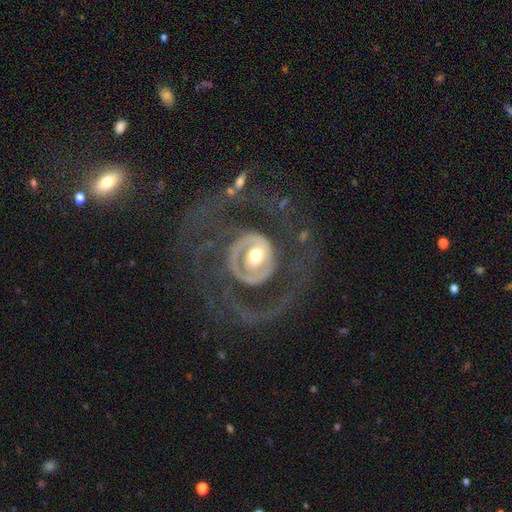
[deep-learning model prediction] Overall: featured or disk (80%). Edge-on disk: no (97%). Bar: no (67%). Spiral arms: yes (79%). Spiral arm count: 2 (41%; 1 29%). Spiral winding: medium (36%; loose 32%). Bulge size: moderate (67%). Merging: major disturbance (40%, tied with none).